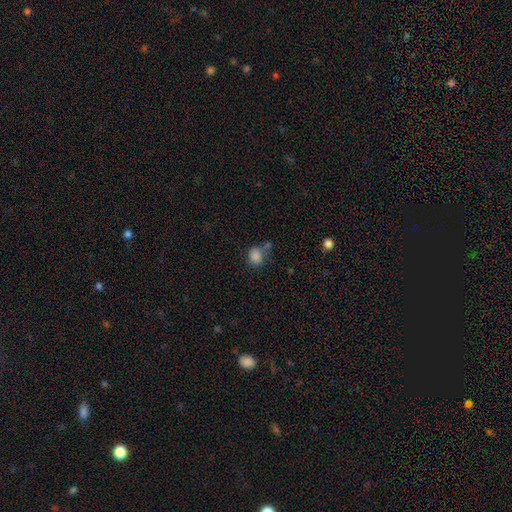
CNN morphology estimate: smooth 84%, star or artifact 10%, featured or disk 6%. Down the decision tree: how rounded — round (62%); merging — none (54%).